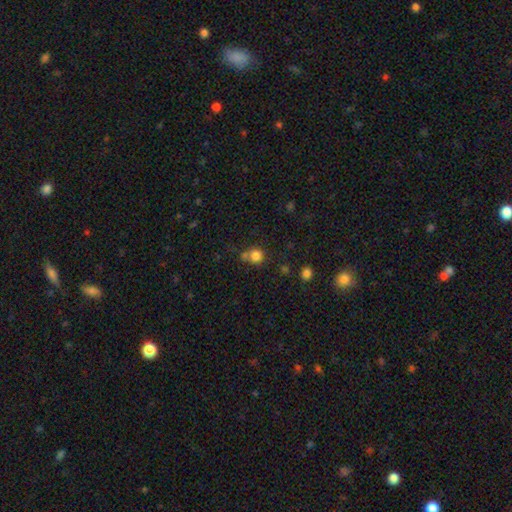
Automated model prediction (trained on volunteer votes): This is clearly a smooth galaxy (82%). How rounded: clearly round (90%). Merging: likely none (60%).